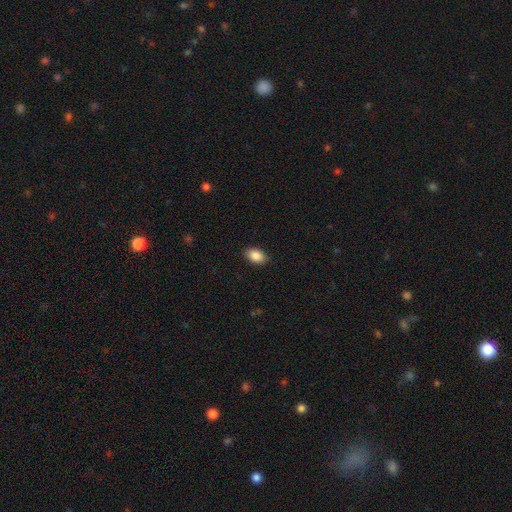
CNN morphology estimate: The model was most divided on "smooth or featured": smooth: 88%, star or artifact: 7%, featured or disk: 5%. More confident: how rounded — in between (90%); merging — none (89%).